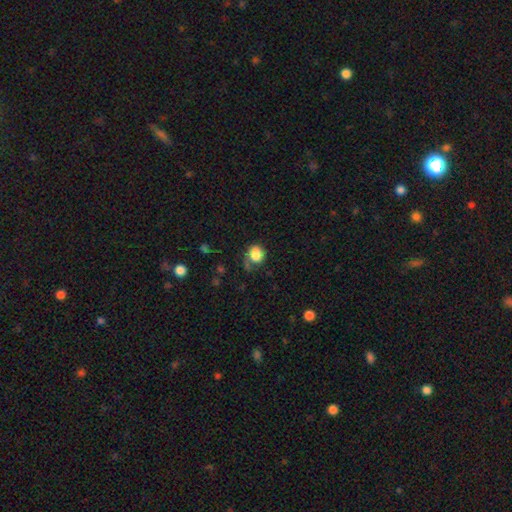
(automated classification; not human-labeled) smooth 82%, featured or disk 9%, star or artifact 9%. Down the decision tree: how rounded — round (66%); merging — none (48%).